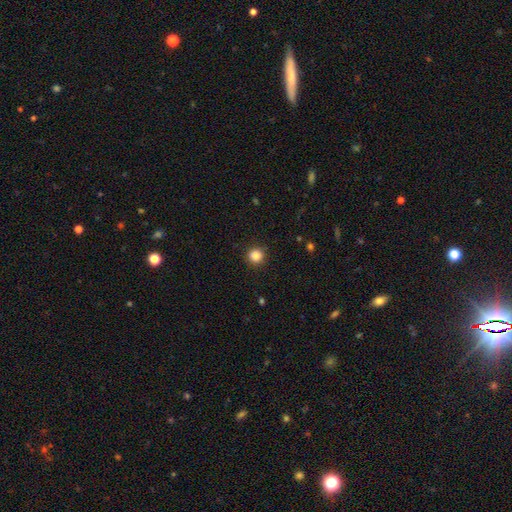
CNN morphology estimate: type=smooth (86%); roundness=round (93%); merging=none (91%).